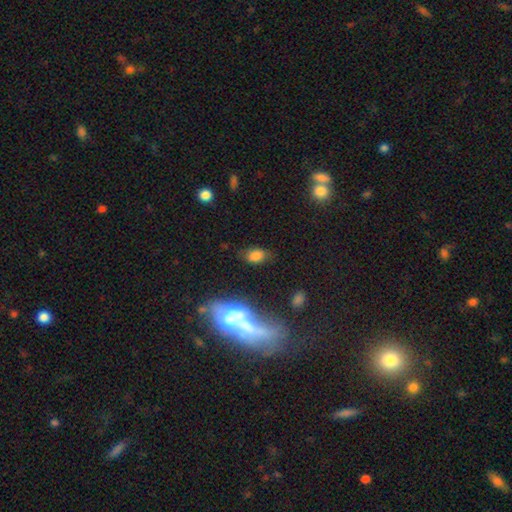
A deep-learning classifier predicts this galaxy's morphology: smooth-or-featured: smooth: 76% | star or artifact: 14% | featured or disk: 10%
  how-rounded: in between: 85% | round: 13% | cigar-shaped: 3%
  merging: none: 66% | minor disturbance: 21% | major disturbance: 8% | merger: 5%